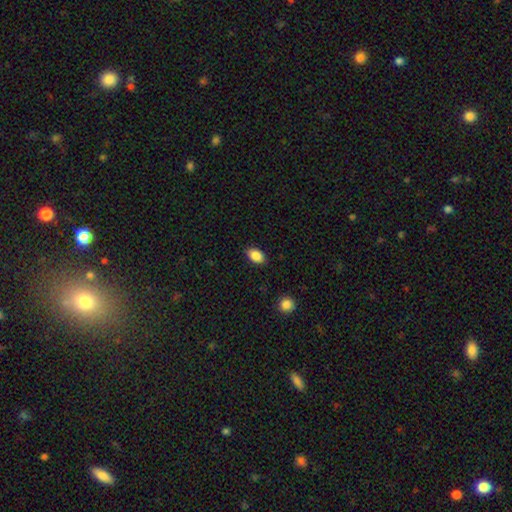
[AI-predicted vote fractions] A smooth galaxy with no disk features (87%) that is in between round and cigar-shaped (88%).

Vote fractions:
- Smooth or featured? smooth: 87% / star or artifact: 8% / featured or disk: 5%
- How rounded? in between: 88% / round: 11% / cigar-shaped: 2%
- Merging? none: 87% / minor disturbance: 10% / major disturbance: 2% / merger: 1%